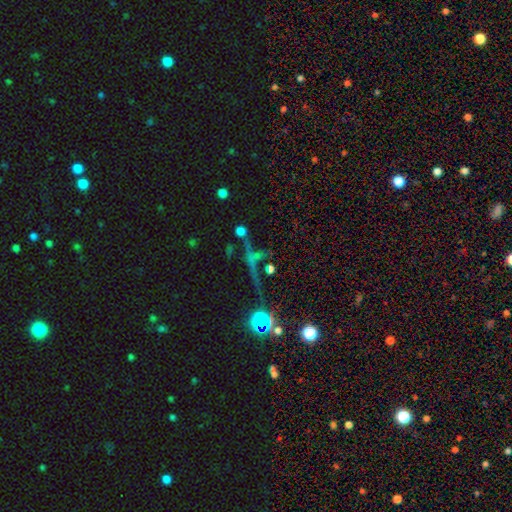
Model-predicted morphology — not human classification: A star or artifact, not a galaxy (56%).